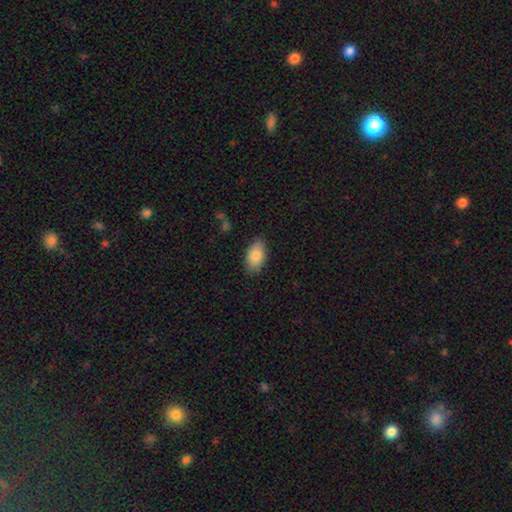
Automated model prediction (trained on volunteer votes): This appears to be a smooth galaxy with no disk features (83%) that is in between round and cigar-shaped (93%). Merging: none (85%).